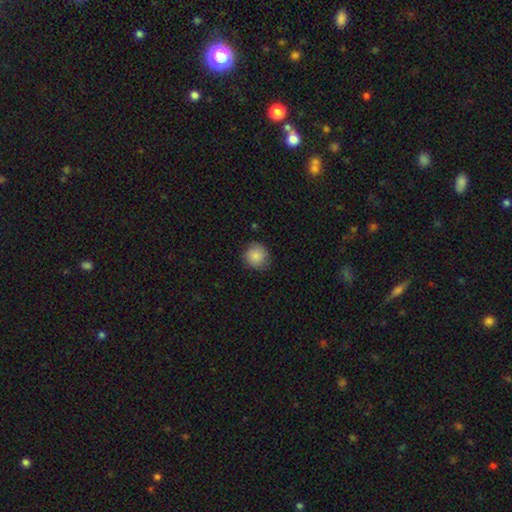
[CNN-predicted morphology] smooth_or_featured: smooth (p=0.86) [alt: star or artifact p=0.08]
how_rounded: round (p=0.92) [alt: in between p=0.07]
merging: none (p=0.84) [alt: minor disturbance p=0.13]